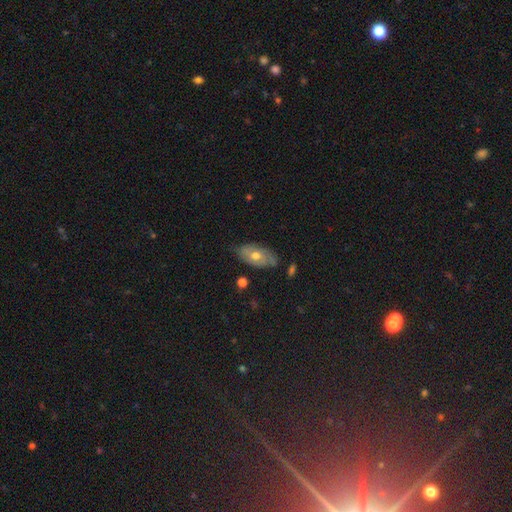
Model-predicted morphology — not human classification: Q: Smooth or featured?
A: smooth (48%); runner-up: featured or disk (45%)
Q: Merging?
A: none (66%); runner-up: minor disturbance (26%)